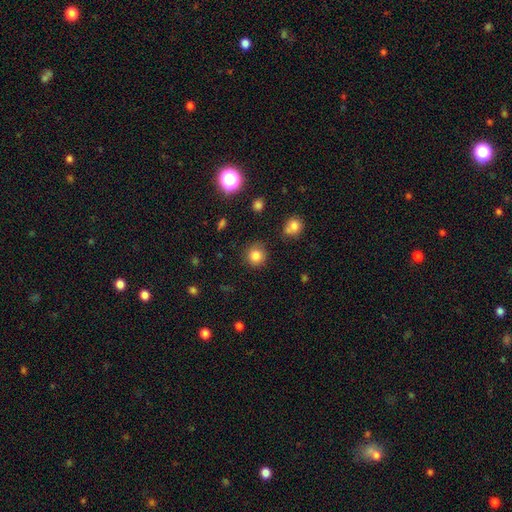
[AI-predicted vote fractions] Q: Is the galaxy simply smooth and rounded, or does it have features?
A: smooth — 82%.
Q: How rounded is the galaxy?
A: round — 91%.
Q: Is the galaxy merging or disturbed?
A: none — 84%.